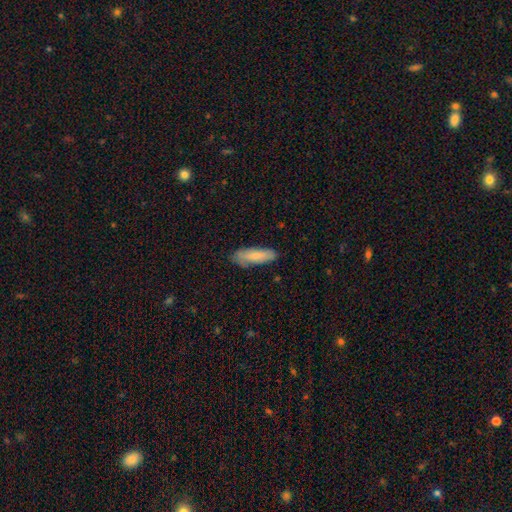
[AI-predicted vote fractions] smooth 79%, featured or disk 15%, star or artifact 6%. Down the decision tree: how rounded — cigar-shaped (54%); merging — none (81%).